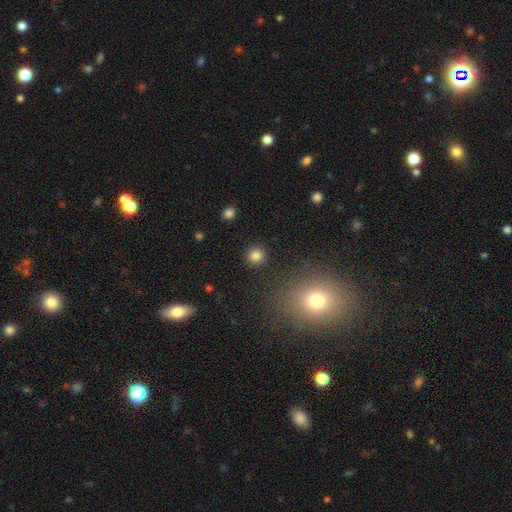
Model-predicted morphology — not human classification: This appears to be a smooth galaxy with no disk features (83%) that is round (93%). Merging: none (91%).